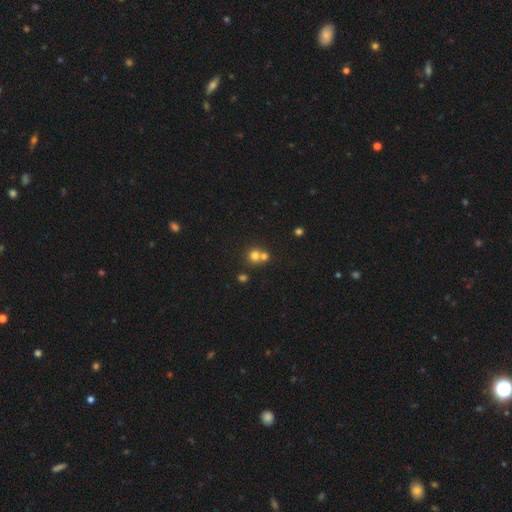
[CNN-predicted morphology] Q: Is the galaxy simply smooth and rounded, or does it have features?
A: smooth — 73%.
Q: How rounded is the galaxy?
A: round — 88%.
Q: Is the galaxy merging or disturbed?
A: merger — 49%.